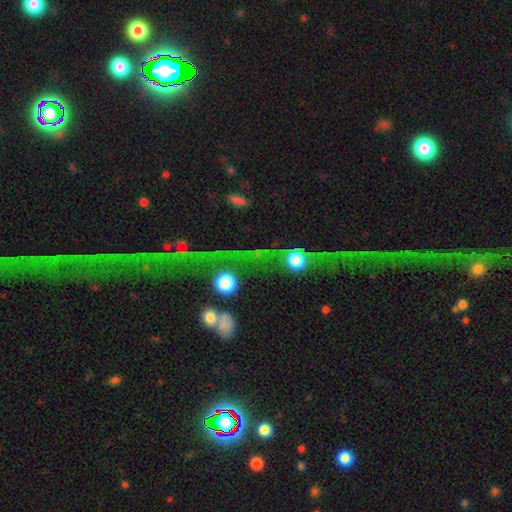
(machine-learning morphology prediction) Smooth or featured? star or artifact (74%)